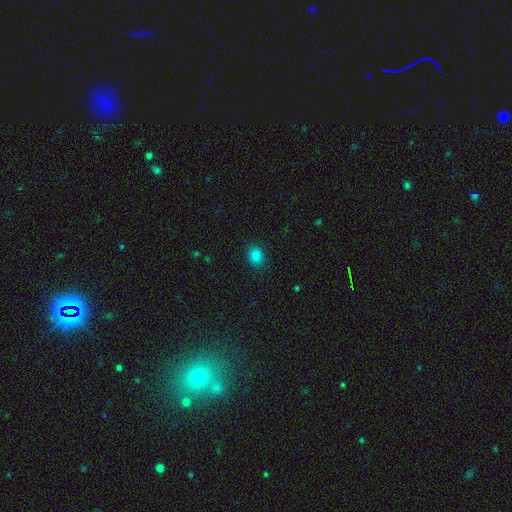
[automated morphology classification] This is clearly a smooth galaxy (83%). How rounded: possibly round (59%). Merging: clearly none (89%).